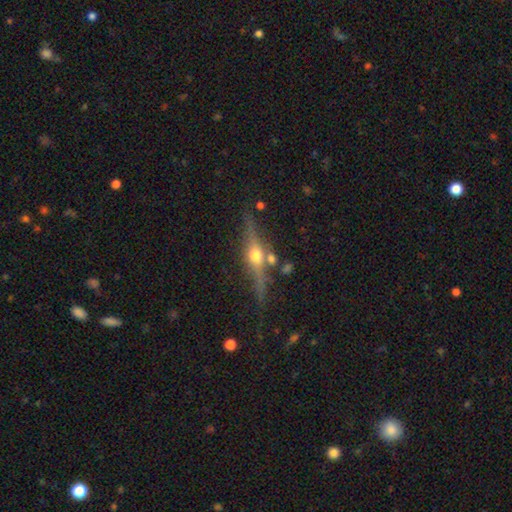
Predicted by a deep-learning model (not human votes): featured or disk 77%, smooth 14%, star or artifact 9%. Down the decision tree: edge-on disk — yes (95%); edge-on bulge — rounded (95%); merging — none (79%).